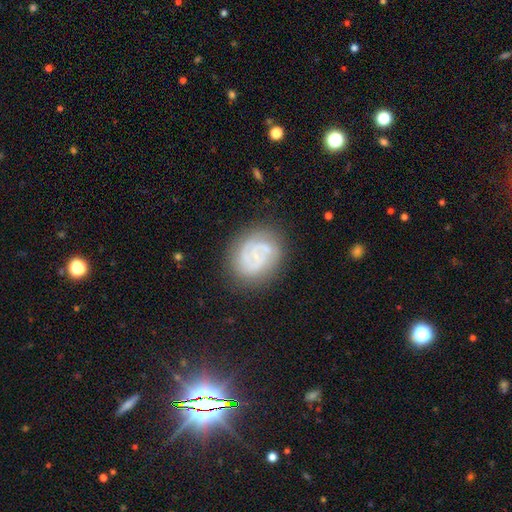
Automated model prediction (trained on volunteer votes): This appears to be a featured or disk galaxy (68%) with no bar (65%), 2 (37%) tight (56%) spiral arms (85%) and a small central bulge (54%). Merging: none (74%).